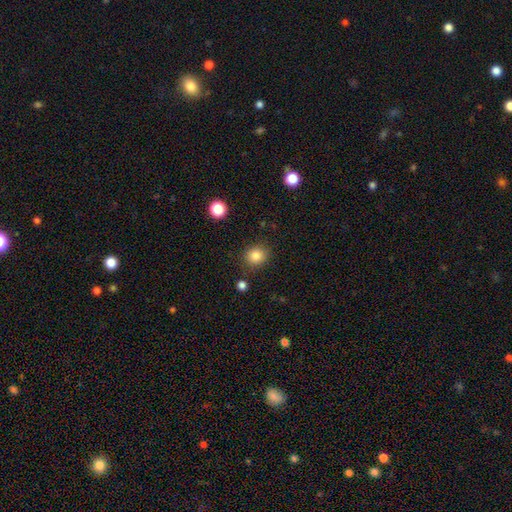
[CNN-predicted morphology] Smooth or featured? Predicted: smooth (p=0.84). How rounded? Predicted: round (p=0.80). Merging? Predicted: none (p=0.85).